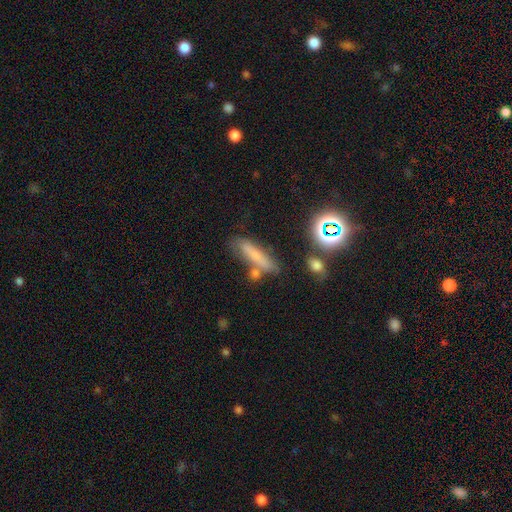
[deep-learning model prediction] smooth_or_featured: smooth (p=0.62) [alt: featured or disk p=0.21]
how_rounded: cigar-shaped (p=0.74) [alt: in between p=0.21]
merging: none (p=0.63) [alt: minor disturbance p=0.17]